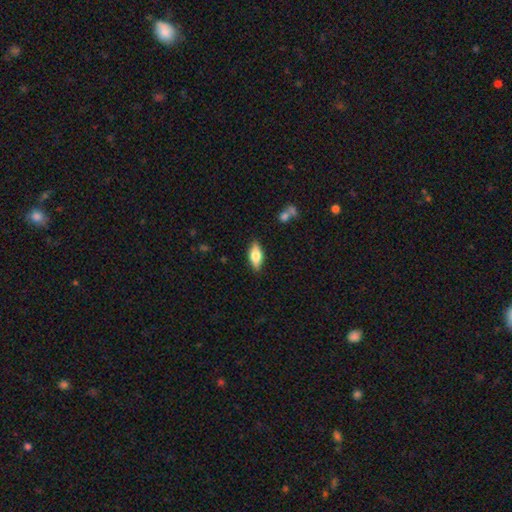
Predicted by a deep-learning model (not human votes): Smooth or featured? Predicted: smooth (p=0.66). How rounded? Predicted: in between (p=0.79). Merging? Predicted: none (p=0.86).